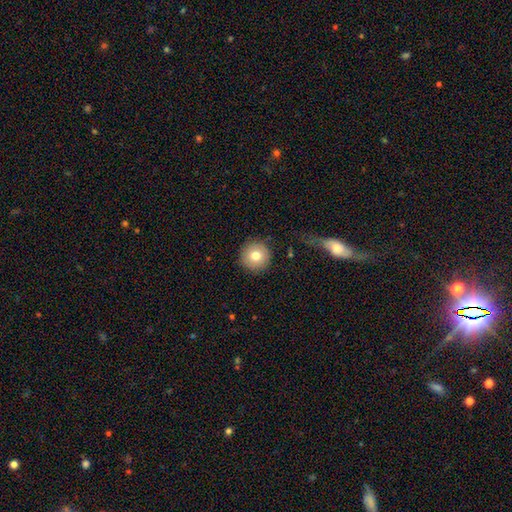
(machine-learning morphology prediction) This is likely a smooth galaxy (77%). How rounded: clearly round (95%). Merging: clearly none (89%).